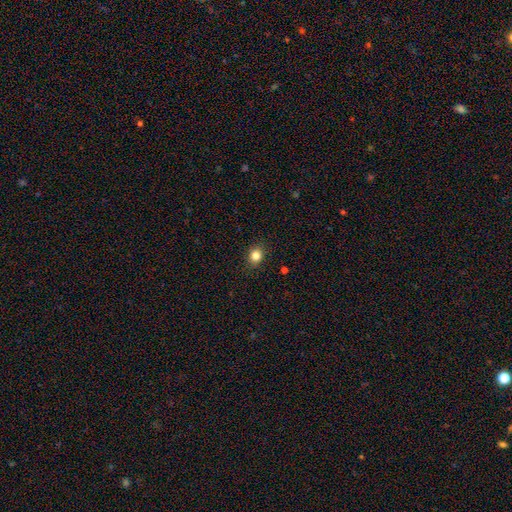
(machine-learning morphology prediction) Smooth or featured?
  - smooth: 83% *
  - star or artifact: 11%
  - featured or disk: 6%
How rounded?
  - round: 62% *
  - in between: 37%
  - cigar-shaped: 1%
Merging?
  - none: 89% *
  - minor disturbance: 8%
  - major disturbance: 2%
  - merger: 1%